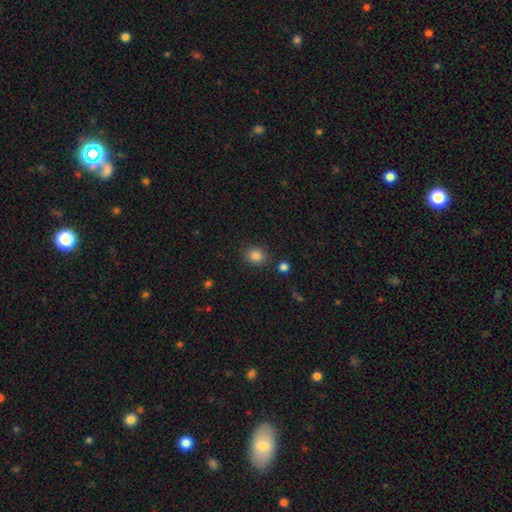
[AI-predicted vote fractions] smooth 84%, star or artifact 12%, featured or disk 5%. Down the decision tree: how rounded — round (76%); merging — none (85%).